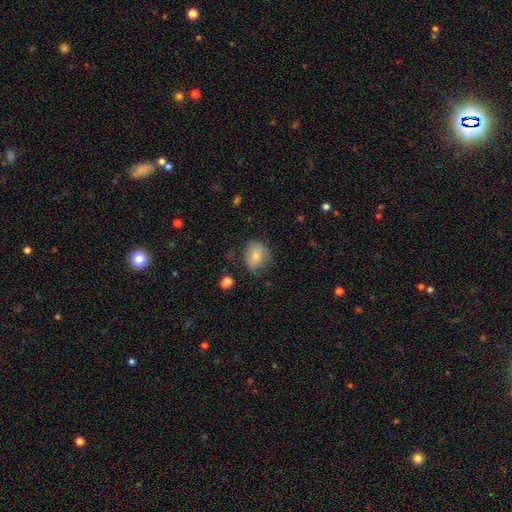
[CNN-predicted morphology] Overall: smooth (79%). How rounded: in between (53%; round 46%). Merging: none (67%).